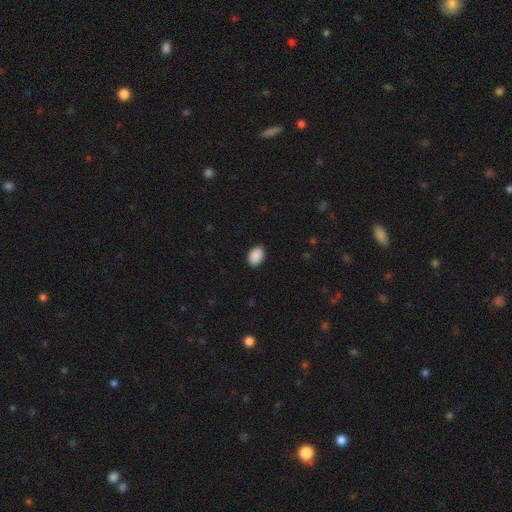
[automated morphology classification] This is clearly a smooth galaxy (90%). How rounded: clearly in between (84%). Merging: clearly none (86%).